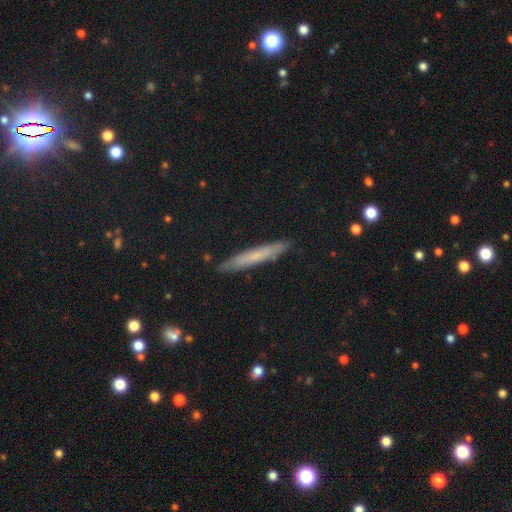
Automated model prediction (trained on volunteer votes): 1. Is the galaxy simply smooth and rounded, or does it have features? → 56% smooth, 35% featured or disk, 9% star or artifact.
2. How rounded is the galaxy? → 94% cigar-shaped, 4% in between, 2% round.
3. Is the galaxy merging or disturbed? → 89% none, 8% minor disturbance, 2% major disturbance, 1% merger.